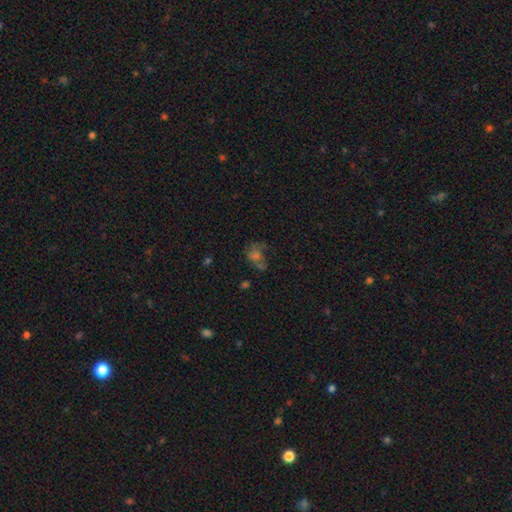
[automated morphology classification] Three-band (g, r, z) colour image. It shows a smooth galaxy with no disk features (43%). Merging: none (41%).